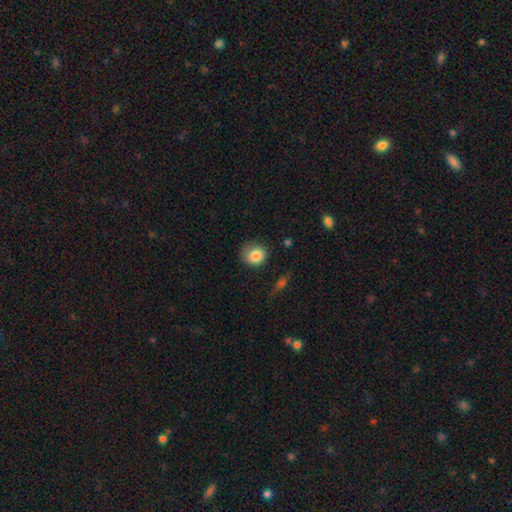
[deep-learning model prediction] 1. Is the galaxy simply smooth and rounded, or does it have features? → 84% smooth, 9% star or artifact, 7% featured or disk.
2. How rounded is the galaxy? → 80% round, 19% in between, 1% cigar-shaped.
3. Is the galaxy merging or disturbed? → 68% none, 23% minor disturbance, 7% major disturbance, 2% merger.